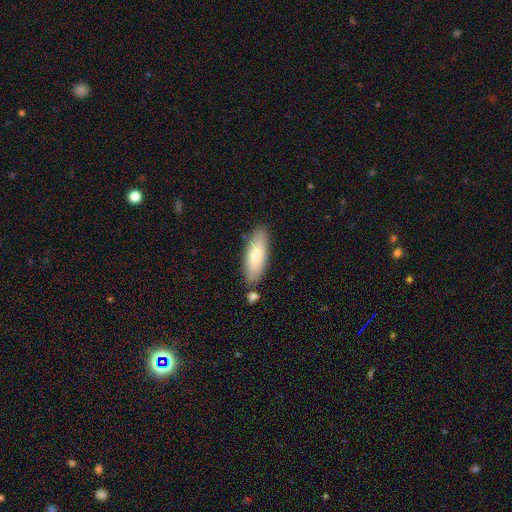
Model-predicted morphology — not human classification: Smooth or featured: smooth — 71% (featured or disk — 23%)
How rounded: in between — 62% (cigar-shaped — 36%)
Merging: none — 81% (minor disturbance — 10%)